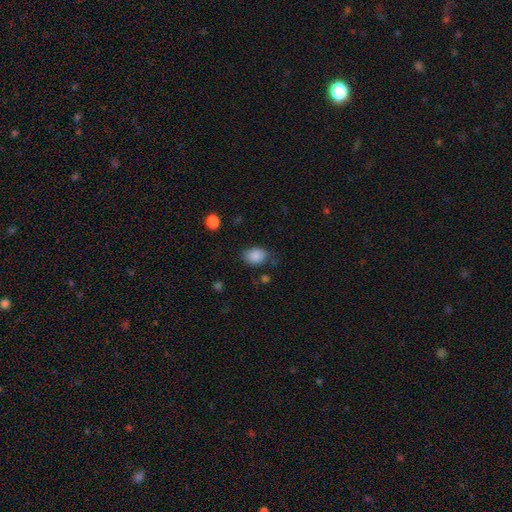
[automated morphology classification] Smooth or featured? smooth (87%)
How rounded? in between (72%)
Merging? none (71%)